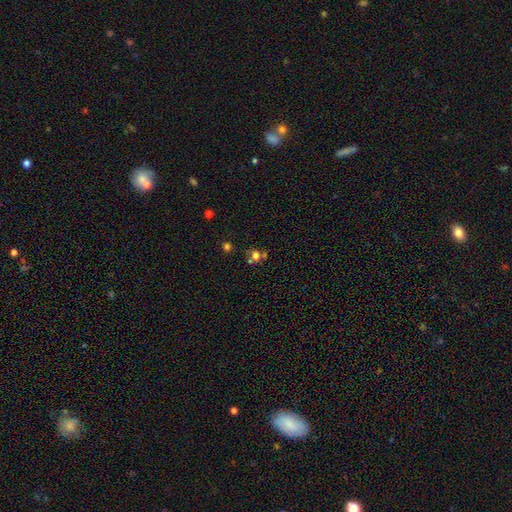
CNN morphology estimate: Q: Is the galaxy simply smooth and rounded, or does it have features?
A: smooth — 62%.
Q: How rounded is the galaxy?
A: round — 81%.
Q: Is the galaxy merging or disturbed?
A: none — 55%.